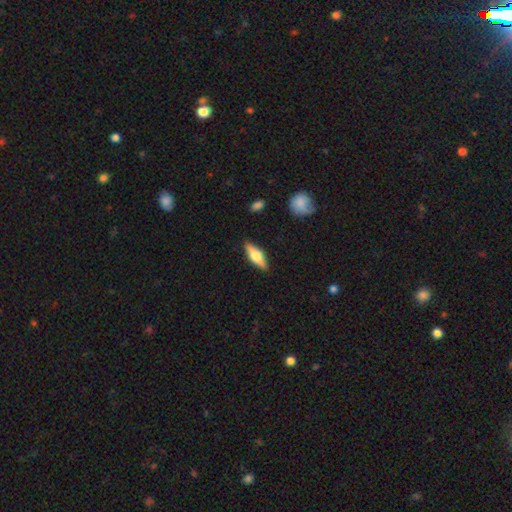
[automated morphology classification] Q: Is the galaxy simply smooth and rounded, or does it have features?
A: smooth — 55%.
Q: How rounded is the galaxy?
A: in between — 54%.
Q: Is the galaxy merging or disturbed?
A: none — 88%.